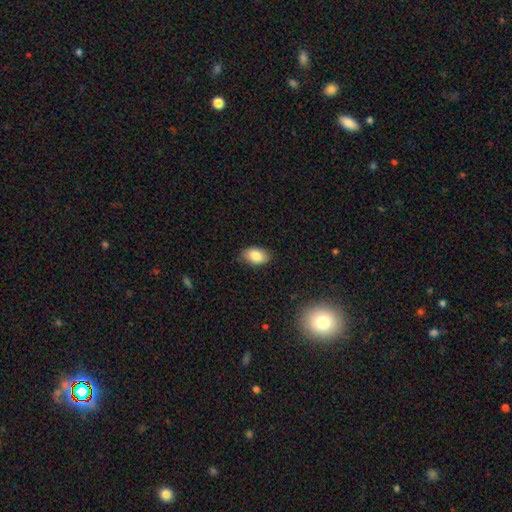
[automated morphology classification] A smooth galaxy with no disk features (86%) that is in between round and cigar-shaped (91%). Merging: none (80%).